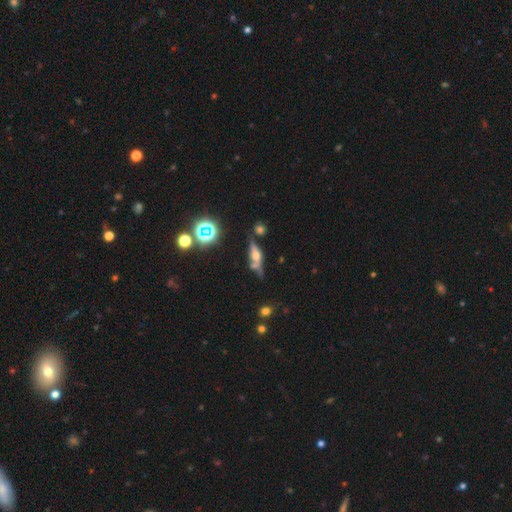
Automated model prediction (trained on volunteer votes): featured or disk 59%, smooth 26%, star or artifact 15%. Down the decision tree: edge-on disk — yes (84%); merging — none (57%).